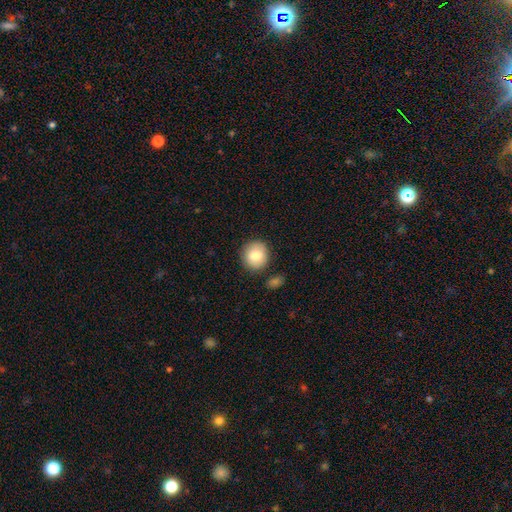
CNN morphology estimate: A smooth galaxy with no disk features (83%) that is round (85%). Merging: none (82%).